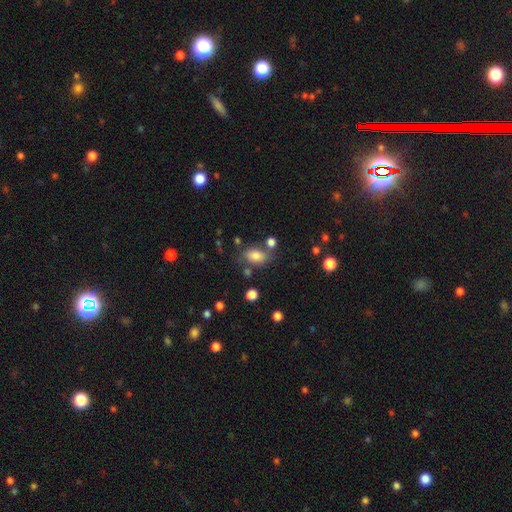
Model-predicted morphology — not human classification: Smooth or featured? Predicted: smooth (p=0.80). How rounded? Predicted: in between (p=0.82). Merging? Predicted: none (p=0.66).